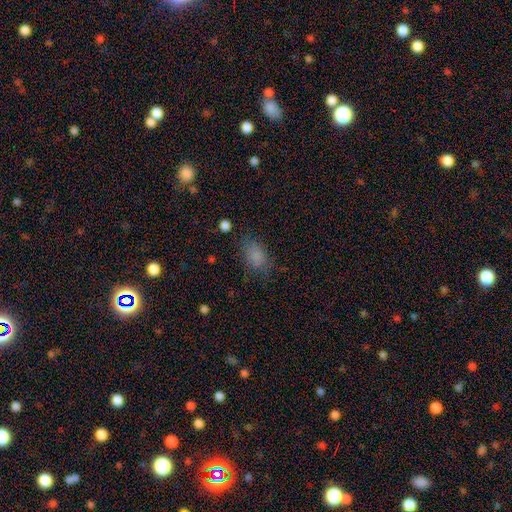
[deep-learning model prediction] A smooth galaxy with no disk features (81%) that is in between round and cigar-shaped (84%). Merging: none (73%).